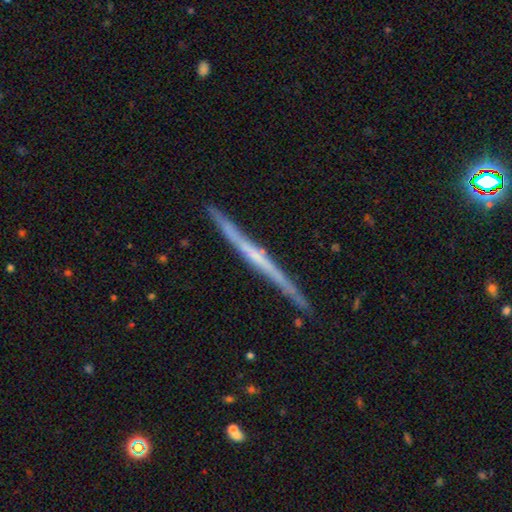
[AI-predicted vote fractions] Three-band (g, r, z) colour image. It shows a featured or disk galaxy (73%) viewed edge-on (97%) with no central bulge (69%). Merging: none (88%).